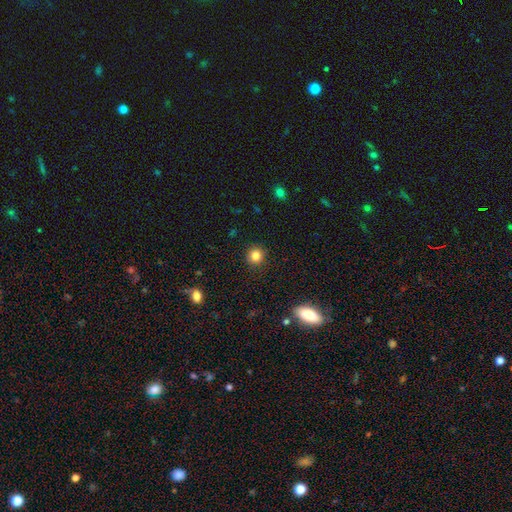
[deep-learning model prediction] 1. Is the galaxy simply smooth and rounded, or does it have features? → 83% smooth, 12% star or artifact, 5% featured or disk.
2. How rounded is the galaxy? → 92% round, 7% in between, 1% cigar-shaped.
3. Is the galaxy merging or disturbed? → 91% none, 6% minor disturbance, 2% major disturbance, 1% merger.